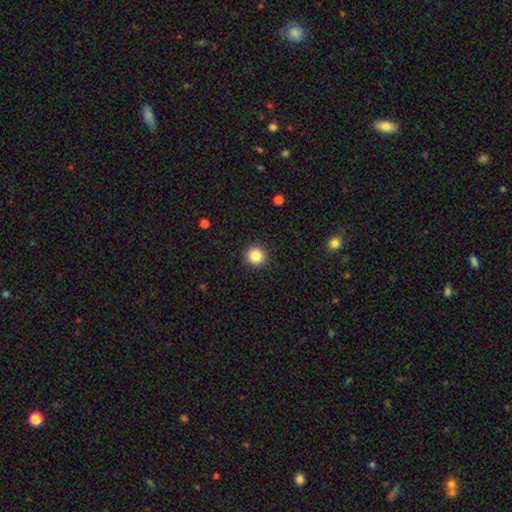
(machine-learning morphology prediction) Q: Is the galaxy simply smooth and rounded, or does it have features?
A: smooth — 85%.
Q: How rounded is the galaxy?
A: round — 95%.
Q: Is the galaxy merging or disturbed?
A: none — 92%.